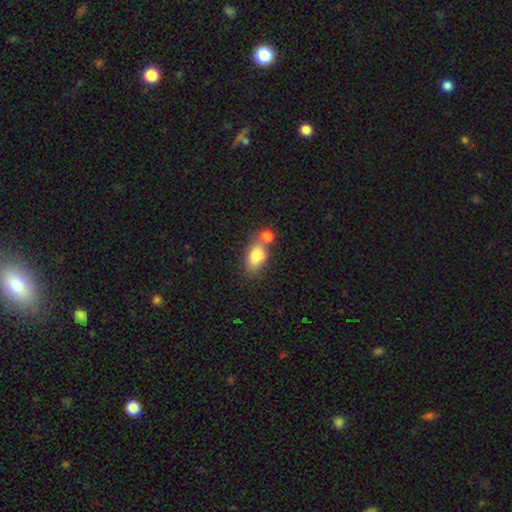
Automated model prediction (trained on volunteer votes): Smooth or featured? Predicted: smooth (p=0.76). How rounded? Predicted: in between (p=0.82). Merging? Predicted: merger (p=0.41).